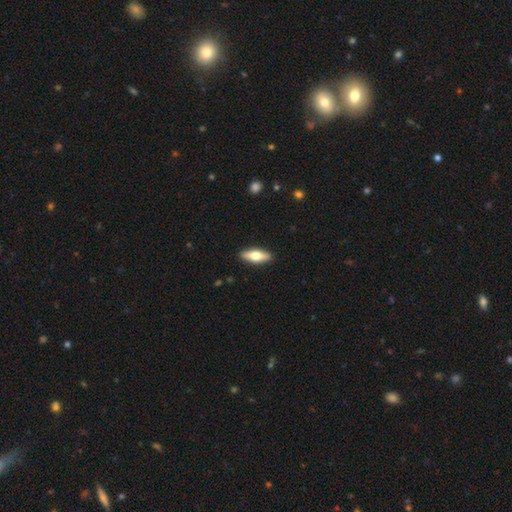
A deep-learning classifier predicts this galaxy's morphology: Smooth or featured?
  - smooth: 54% *
  - featured or disk: 41%
  - star or artifact: 5%
How rounded?
  - in between: 54% *
  - cigar-shaped: 43%
  - round: 3%
Merging?
  - none: 90% *
  - minor disturbance: 7%
  - major disturbance: 2%
  - merger: 1%